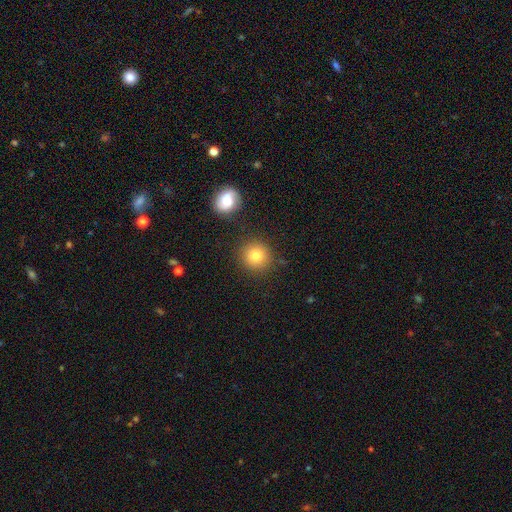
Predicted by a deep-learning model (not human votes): Smooth or featured?
  - smooth: 81% *
  - star or artifact: 10%
  - featured or disk: 8%
How rounded?
  - round: 92% *
  - in between: 7%
  - cigar-shaped: 1%
Merging?
  - none: 86% *
  - minor disturbance: 7%
  - merger: 4%
  - major disturbance: 3%